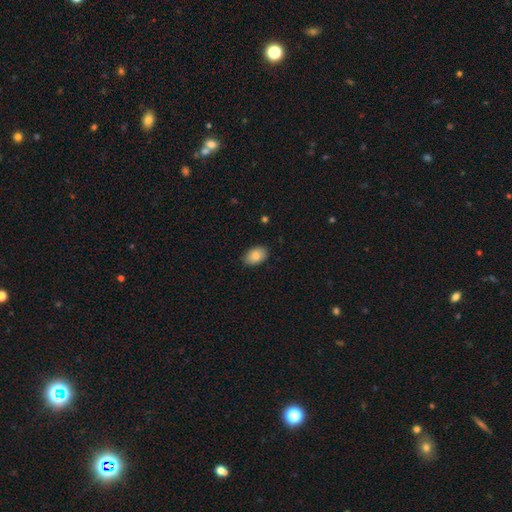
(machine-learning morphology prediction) Smooth or featured: smooth — 87% (star or artifact — 7%)
How rounded: in between — 90% (round — 9%)
Merging: none — 86% (minor disturbance — 11%)